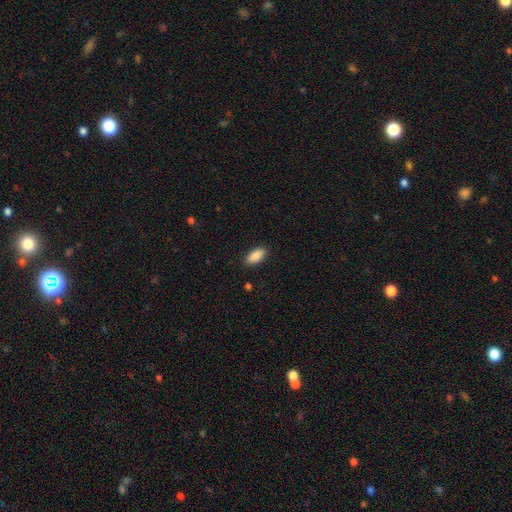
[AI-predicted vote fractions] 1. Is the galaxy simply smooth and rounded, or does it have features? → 89% smooth, 7% star or artifact, 4% featured or disk.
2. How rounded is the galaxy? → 91% in between, 7% cigar-shaped, 2% round.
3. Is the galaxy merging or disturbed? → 88% none, 9% minor disturbance, 2% major disturbance, 1% merger.